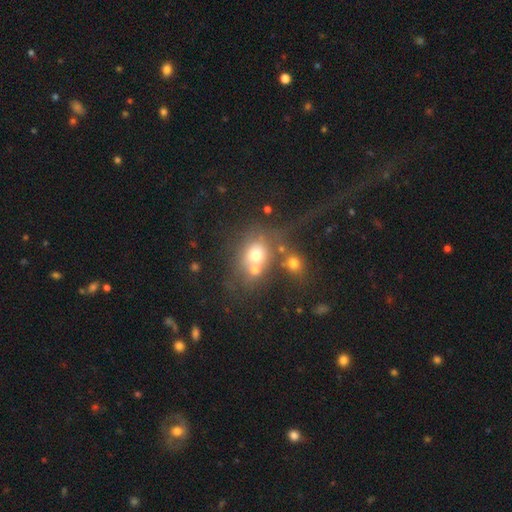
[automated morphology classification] A smooth galaxy with no disk features (61%) that is round (60%).

Vote fractions:
- Smooth or featured? smooth: 61% / featured or disk: 22% / star or artifact: 17%
- How rounded? round: 60% / in between: 39% / cigar-shaped: 1%
- Merging? merger: 45% / none: 31% / major disturbance: 12% / minor disturbance: 12%